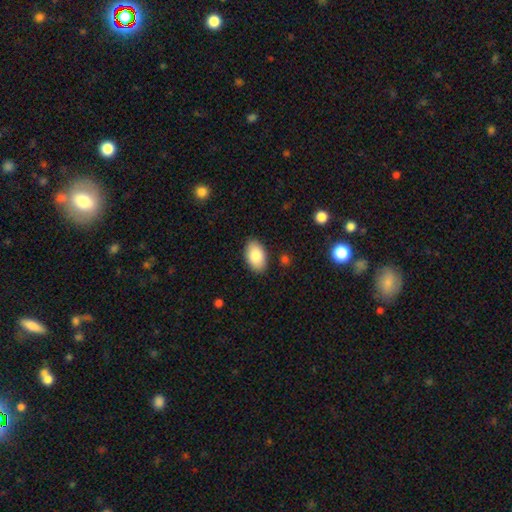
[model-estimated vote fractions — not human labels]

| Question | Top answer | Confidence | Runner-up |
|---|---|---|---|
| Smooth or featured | smooth | 85% | featured or disk (8%) |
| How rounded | in between | 94% | round (5%) |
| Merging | none | 87% | minor disturbance (10%) |